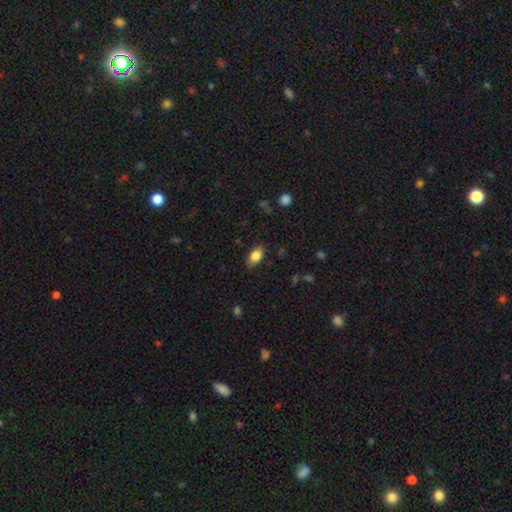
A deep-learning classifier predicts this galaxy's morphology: smooth_or_featured: smooth (p=0.82) [alt: featured or disk p=0.09]
how_rounded: in between (p=0.89) [alt: round p=0.07]
merging: none (p=0.83) [alt: minor disturbance p=0.13]